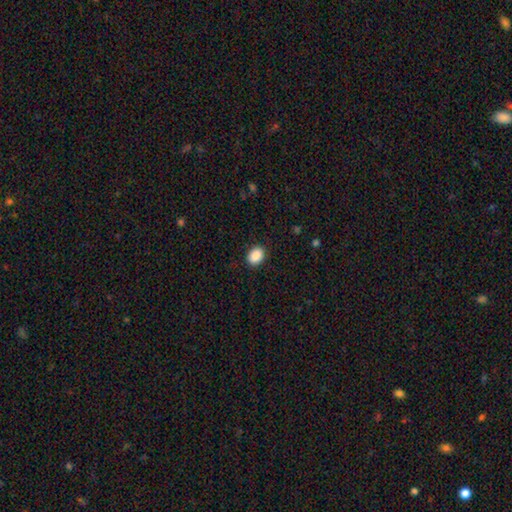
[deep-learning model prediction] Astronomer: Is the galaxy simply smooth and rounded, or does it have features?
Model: smooth — 90%.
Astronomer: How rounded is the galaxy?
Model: in between — 68%.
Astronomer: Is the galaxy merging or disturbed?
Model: none — 90%.